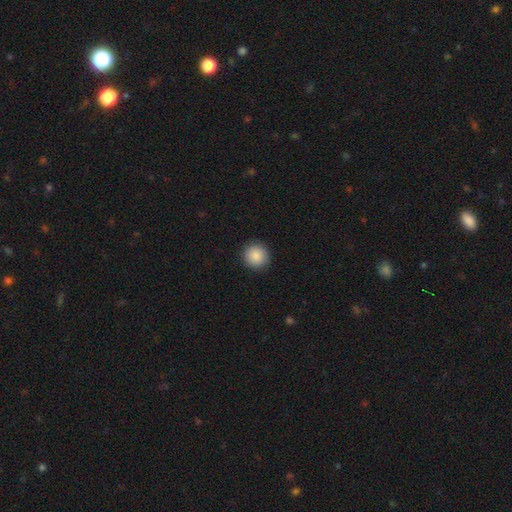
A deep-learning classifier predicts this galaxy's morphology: Q: Smooth or featured?
A: smooth (88%); runner-up: star or artifact (8%)
Q: How rounded?
A: round (95%); runner-up: in between (5%)
Q: Merging?
A: none (92%); runner-up: minor disturbance (5%)